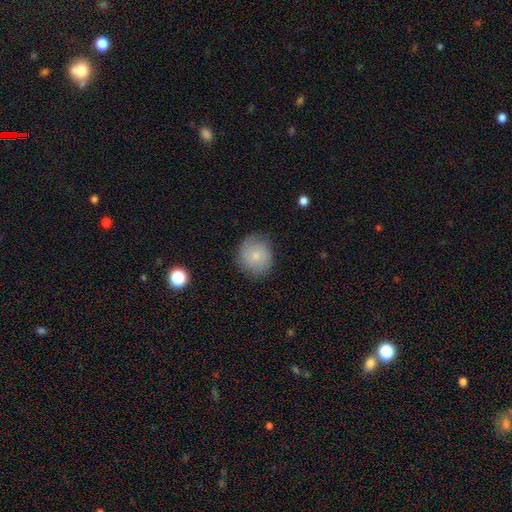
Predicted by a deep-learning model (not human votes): This appears to be a smooth galaxy with no disk features (70%) that is round (84%). Merging: none (77%).